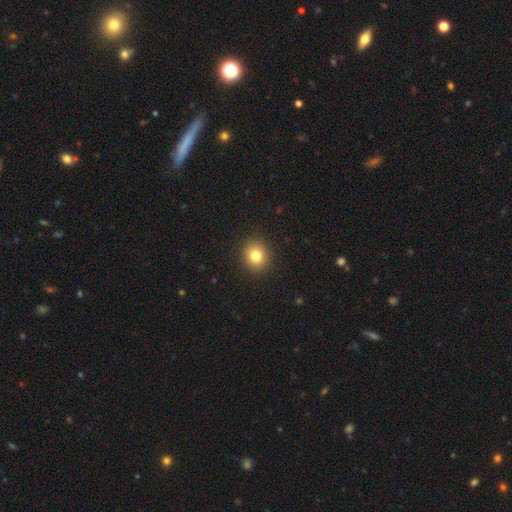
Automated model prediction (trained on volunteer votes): Smooth or featured: smooth — 82% (star or artifact — 11%)
How rounded: round — 78% (in between — 22%)
Merging: none — 91% (minor disturbance — 6%)